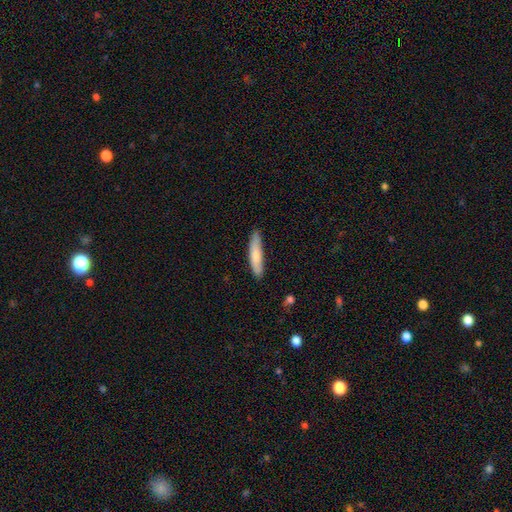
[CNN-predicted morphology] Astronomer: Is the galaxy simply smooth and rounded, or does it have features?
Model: smooth — 79%.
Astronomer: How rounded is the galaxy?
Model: cigar-shaped — 82%.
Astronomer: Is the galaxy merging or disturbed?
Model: none — 83%.